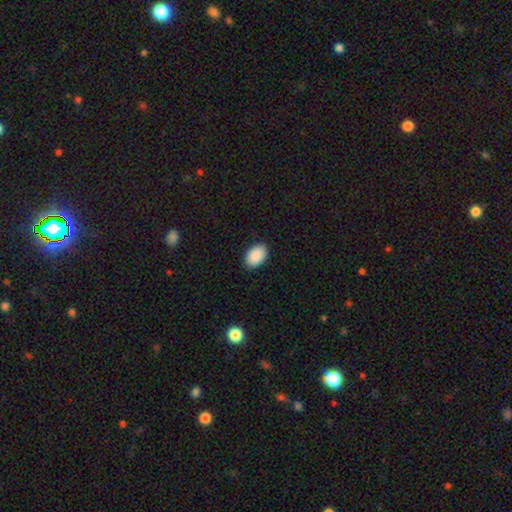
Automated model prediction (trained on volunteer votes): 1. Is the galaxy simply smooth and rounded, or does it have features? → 91% smooth, 6% star or artifact, 2% featured or disk.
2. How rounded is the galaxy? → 90% in between, 9% round, 1% cigar-shaped.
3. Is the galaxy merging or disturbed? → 90% none, 8% minor disturbance, 2% major disturbance, 1% merger.